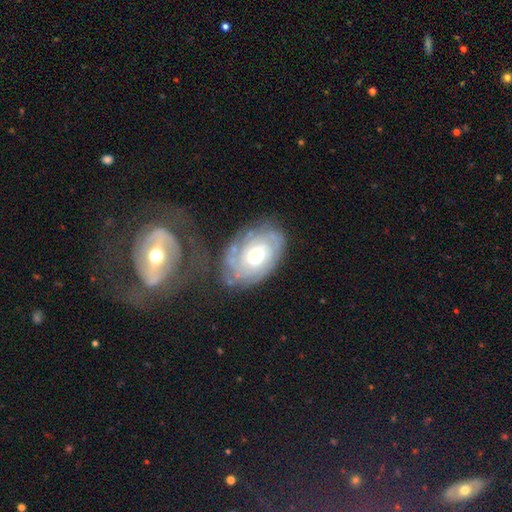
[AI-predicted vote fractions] Smooth or featured? featured or disk (76%)
Edge-on disk? no (96%)
Bar? no (77%)
Spiral arms? yes (89%)
Spiral winding? tight (73%)
Spiral arm count? can't tell (53%)
Bulge size? moderate (54%)
Merging? none (57%)